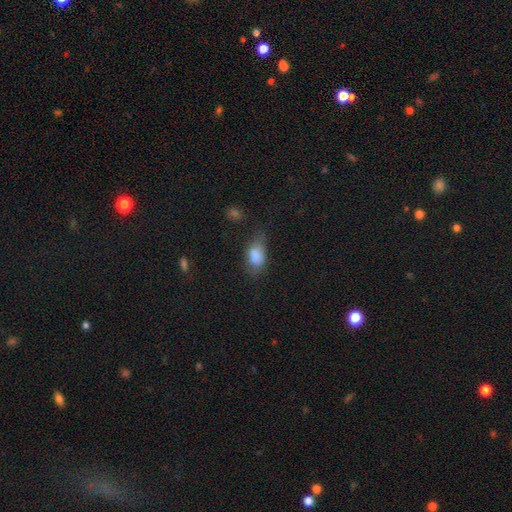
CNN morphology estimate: smooth 81%, star or artifact 10%, featured or disk 10%. Down the decision tree: how rounded — in between (84%); merging — none (39%).